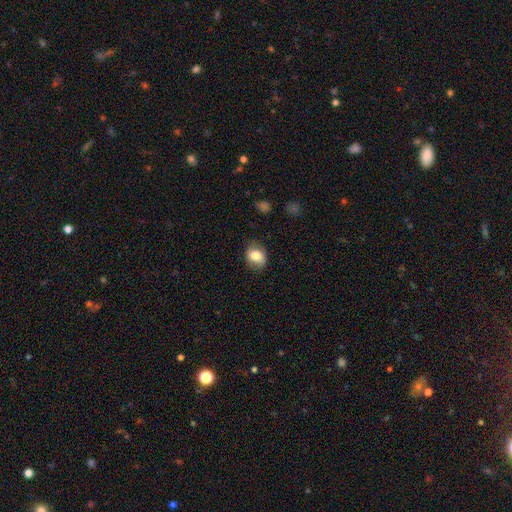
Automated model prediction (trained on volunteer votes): Morphology: type=smooth (81%); roundness=round (50%); merging=none (75%).